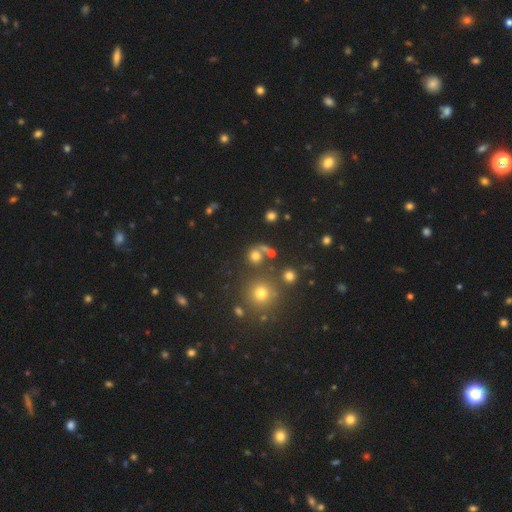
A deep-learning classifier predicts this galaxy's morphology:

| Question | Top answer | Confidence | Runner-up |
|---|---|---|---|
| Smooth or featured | smooth | 71% | star or artifact (20%) |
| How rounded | round | 87% | in between (12%) |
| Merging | none | 63% | merger (20%) |